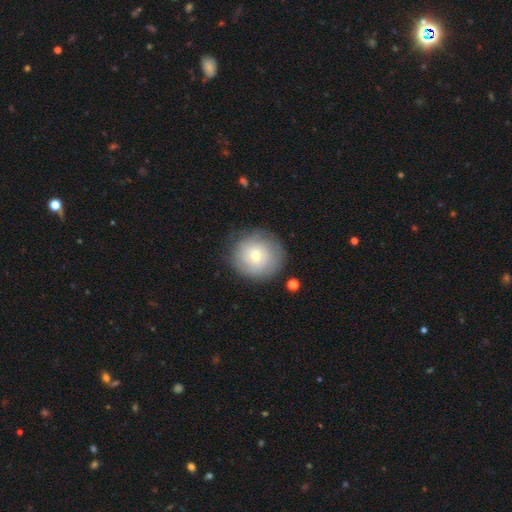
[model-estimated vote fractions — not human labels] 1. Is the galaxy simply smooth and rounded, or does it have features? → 57% smooth, 35% featured or disk, 9% star or artifact.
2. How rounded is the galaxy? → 94% round, 5% in between, 1% cigar-shaped.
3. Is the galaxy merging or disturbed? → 80% none, 13% minor disturbance, 5% major disturbance, 2% merger.